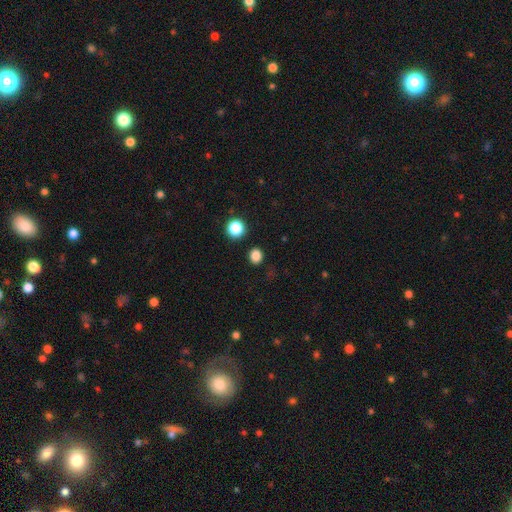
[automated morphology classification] Smooth or featured: smooth — 83% (star or artifact — 14%)
How rounded: round — 76% (in between — 24%)
Merging: none — 89% (minor disturbance — 6%)